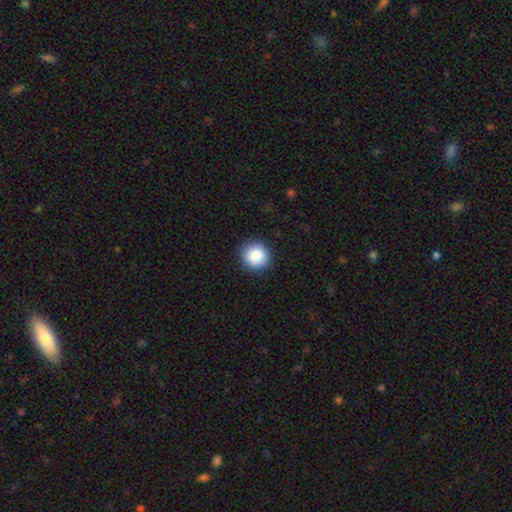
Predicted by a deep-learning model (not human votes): Morphology: type=smooth (88%); roundness=round (93%); merging=none (90%).